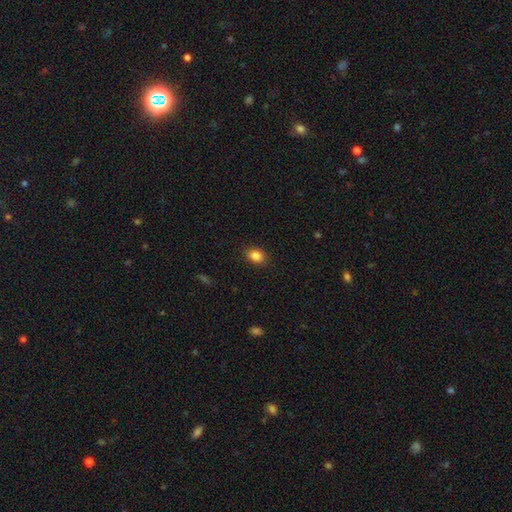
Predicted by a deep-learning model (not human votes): smooth-or-featured: smooth: 86% | star or artifact: 10% | featured or disk: 4%
  how-rounded: in between: 60% | round: 39% | cigar-shaped: 1%
  merging: none: 88% | minor disturbance: 9% | major disturbance: 2% | merger: 1%